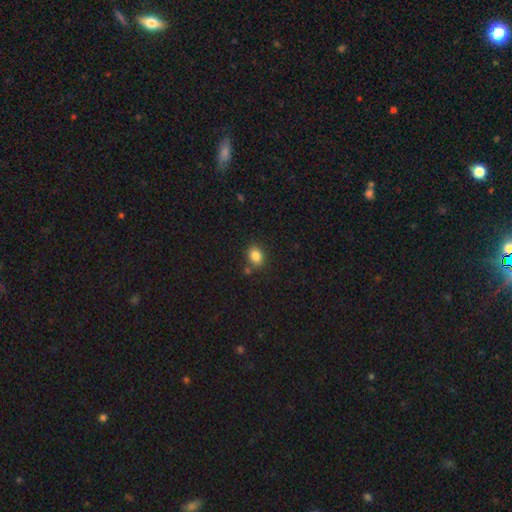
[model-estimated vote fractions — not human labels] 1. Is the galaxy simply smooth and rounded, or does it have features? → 85% smooth, 10% star or artifact, 5% featured or disk.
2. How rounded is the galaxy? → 64% in between, 35% round, 1% cigar-shaped.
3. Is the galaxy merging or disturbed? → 76% none, 12% minor disturbance, 9% merger, 3% major disturbance.